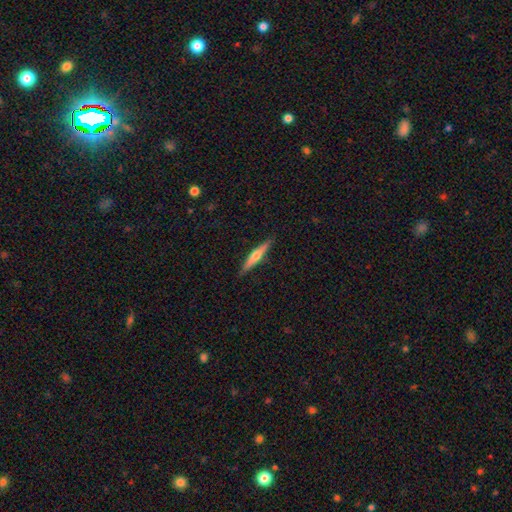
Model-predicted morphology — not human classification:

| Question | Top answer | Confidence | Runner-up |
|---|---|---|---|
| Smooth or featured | featured or disk | 56% | smooth (38%) |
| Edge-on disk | yes | 96% | no (4%) |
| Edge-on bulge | rounded | 85% | none (10%) |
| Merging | none | 89% | minor disturbance (8%) |